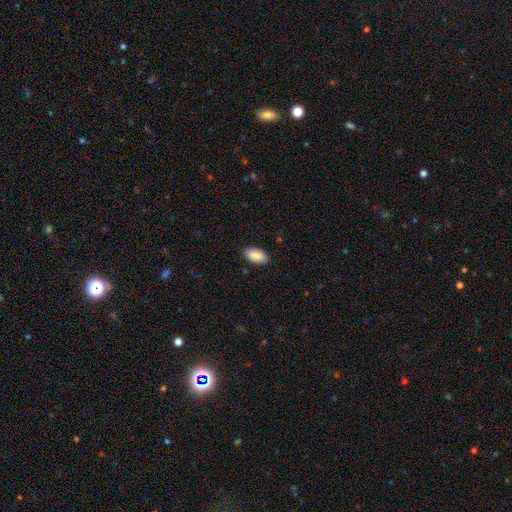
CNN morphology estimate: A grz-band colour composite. It shows a smooth galaxy with no disk features (90%) that is in between round and cigar-shaped (95%). Merging: none (87%).